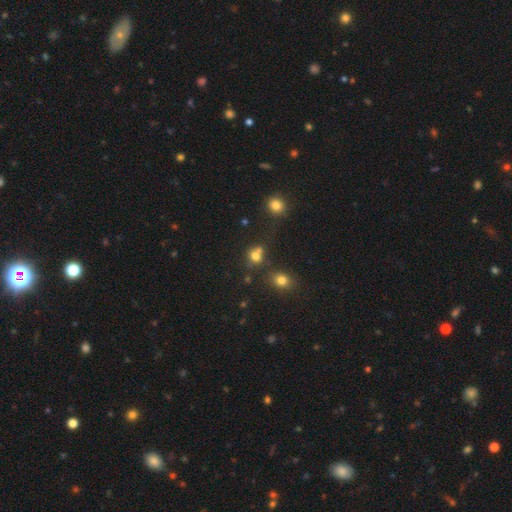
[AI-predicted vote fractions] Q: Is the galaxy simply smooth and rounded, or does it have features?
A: smooth — 73%.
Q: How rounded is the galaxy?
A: round — 75%.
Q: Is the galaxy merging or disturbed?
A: none — 51%.